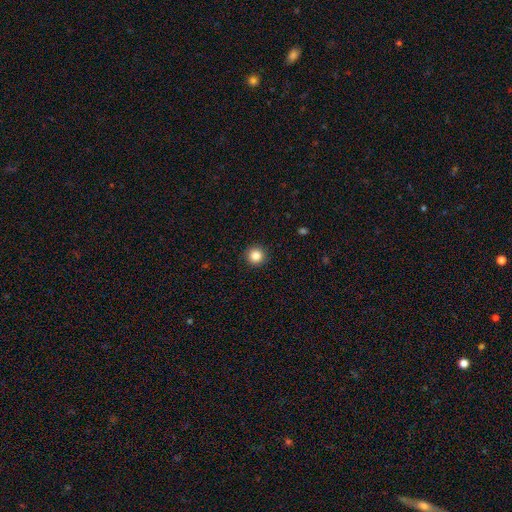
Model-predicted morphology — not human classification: The model was most divided on "smooth or featured": smooth: 86%, star or artifact: 10%, featured or disk: 4%. More confident: how rounded — round (95%); merging — none (92%).